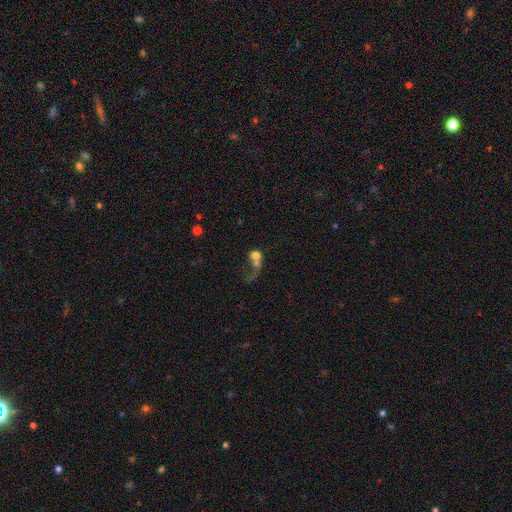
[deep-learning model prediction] smooth_or_featured: smooth (p=0.56) [alt: featured or disk p=0.31]
how_rounded: round (p=0.63) [alt: in between p=0.35]
merging: merger (p=0.63) [alt: major disturbance p=0.18]